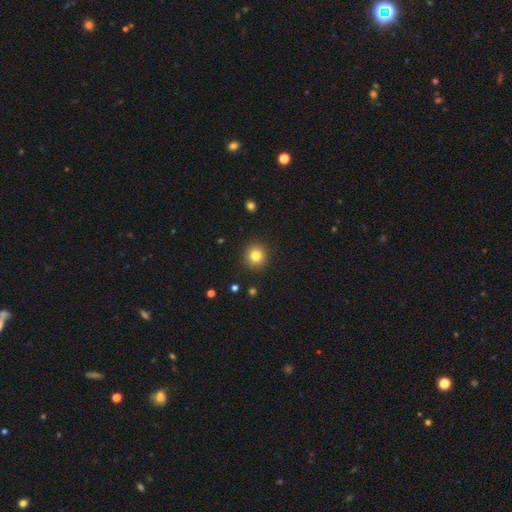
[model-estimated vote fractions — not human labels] smooth 82%, star or artifact 11%, featured or disk 7%. Down the decision tree: how rounded — round (92%); merging — none (91%).